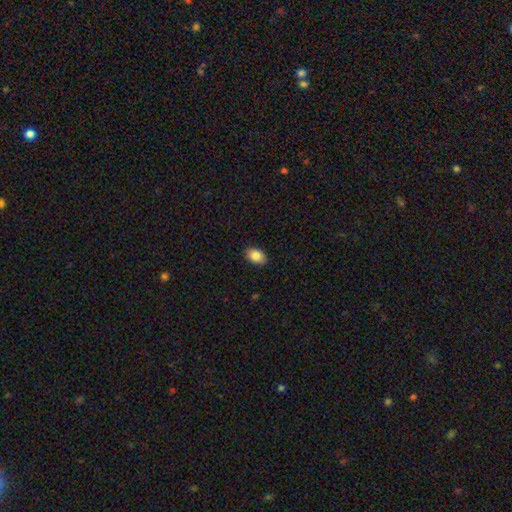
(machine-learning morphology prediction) smooth 86%, star or artifact 7%, featured or disk 7%. Down the decision tree: how rounded — in between (90%); merging — none (89%).